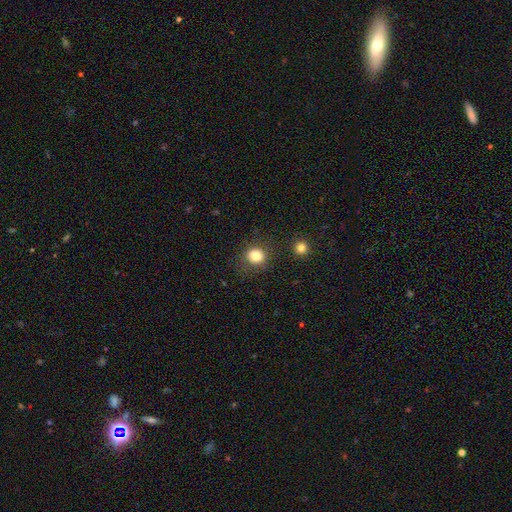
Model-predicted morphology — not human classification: smooth_or_featured: smooth (p=0.80) [alt: star or artifact p=0.12]
how_rounded: round (p=0.84) [alt: in between p=0.15]
merging: none (p=0.83) [alt: minor disturbance p=0.10]